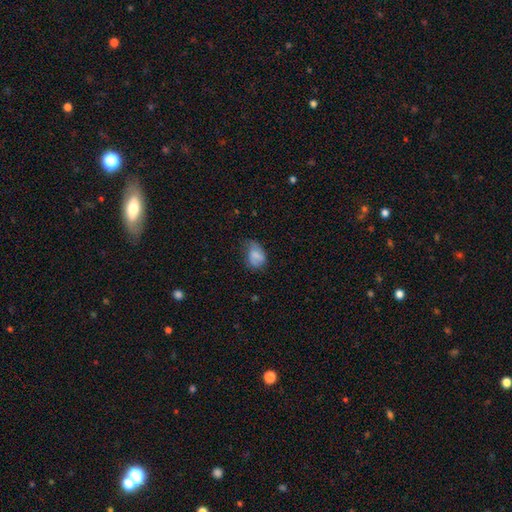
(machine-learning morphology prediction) type=smooth (72%); roundness=in between (75%); merging=none (40%).